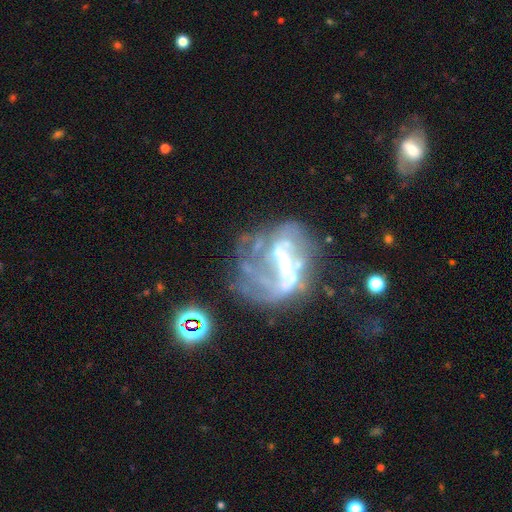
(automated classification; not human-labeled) Q: Smooth or featured?
A: featured or disk (73%); runner-up: star or artifact (15%)
Q: Edge-on disk?
A: no (96%); runner-up: yes (4%)
Q: Bar?
A: strong (50%); runner-up: weak (26%)
Q: Spiral arms?
A: no (52%); runner-up: yes (48%)
Q: Bulge size?
A: none (44%); runner-up: moderate (24%)
Q: Merging?
A: major disturbance (39%); runner-up: none (33%)